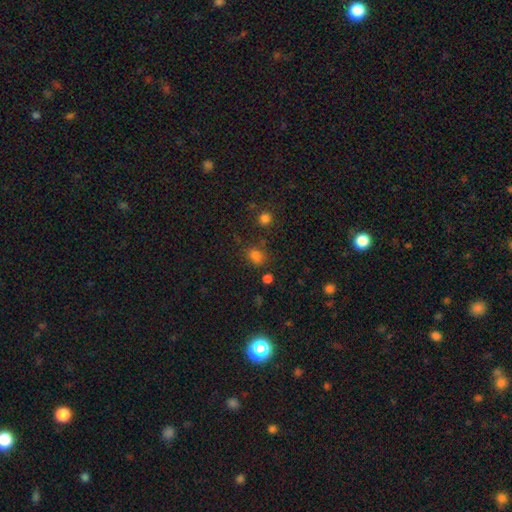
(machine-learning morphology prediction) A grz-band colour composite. It shows a smooth galaxy with no disk features (74%) that is in between round and cigar-shaped (53%). Merging: none (69%).